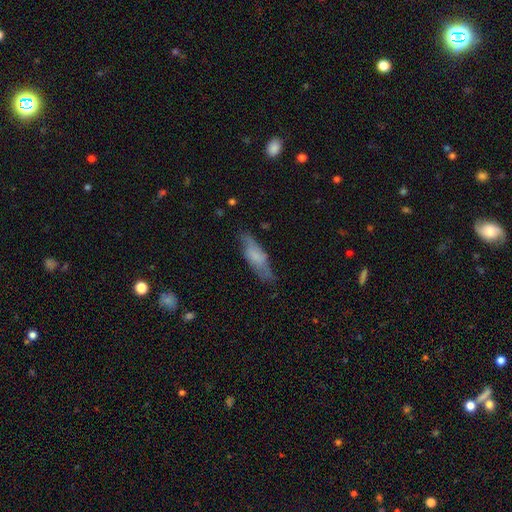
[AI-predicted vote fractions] Smooth or featured? Predicted: smooth (p=0.56). How rounded? Predicted: cigar-shaped (p=0.50). Merging? Predicted: none (p=0.68).